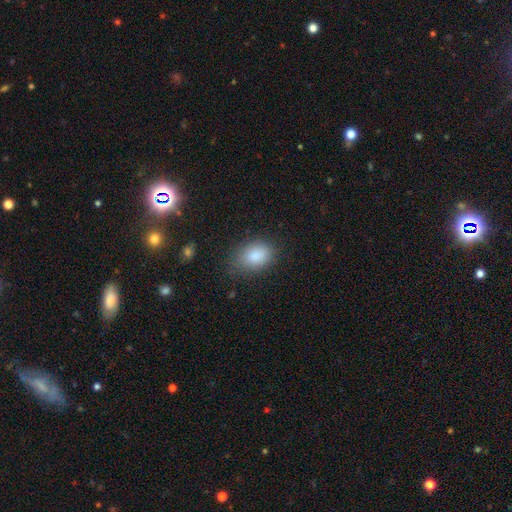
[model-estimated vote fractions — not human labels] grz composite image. It shows a smooth galaxy with no disk features (86%) that is in between round and cigar-shaped (83%). Merging: none (74%).